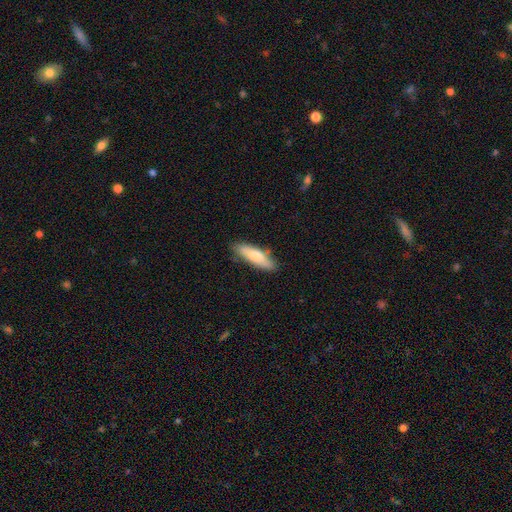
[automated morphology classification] Smooth or featured? Predicted: smooth (p=0.70). How rounded? Predicted: cigar-shaped (p=0.60). Merging? Predicted: none (p=0.83).